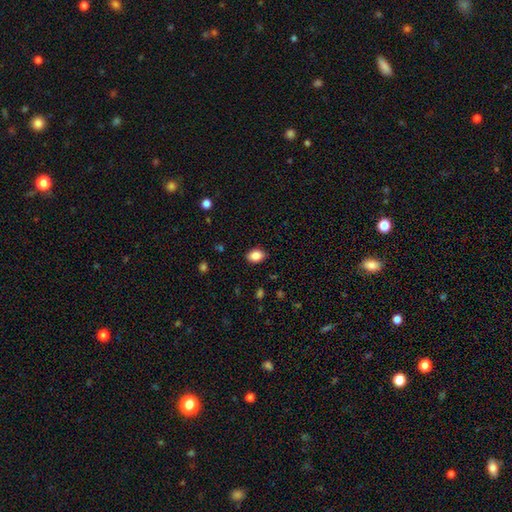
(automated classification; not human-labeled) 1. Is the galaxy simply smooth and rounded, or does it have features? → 86% smooth, 8% star or artifact, 5% featured or disk.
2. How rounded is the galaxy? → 77% in between, 21% round, 1% cigar-shaped.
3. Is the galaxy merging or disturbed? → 88% none, 9% minor disturbance, 2% major disturbance, 1% merger.